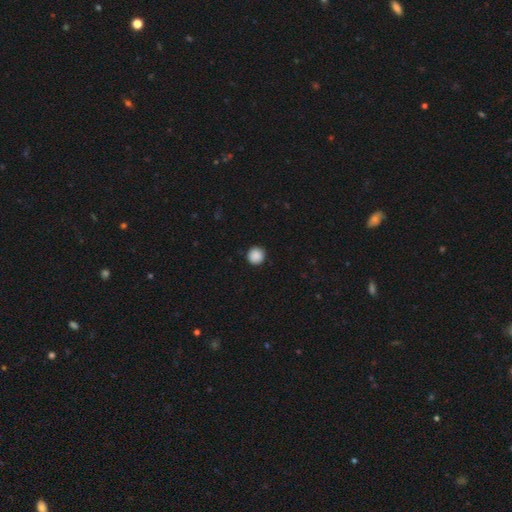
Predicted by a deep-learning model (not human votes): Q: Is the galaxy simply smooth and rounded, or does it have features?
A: smooth — 89%.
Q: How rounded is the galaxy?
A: round — 96%.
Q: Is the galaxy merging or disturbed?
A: none — 93%.